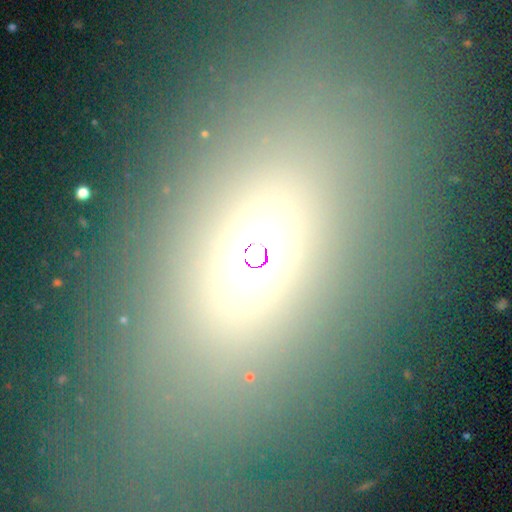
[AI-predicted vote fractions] Overall: smooth (53%; star or artifact 30%). How rounded: in between (62%; round 32%). Merging: none (81%).